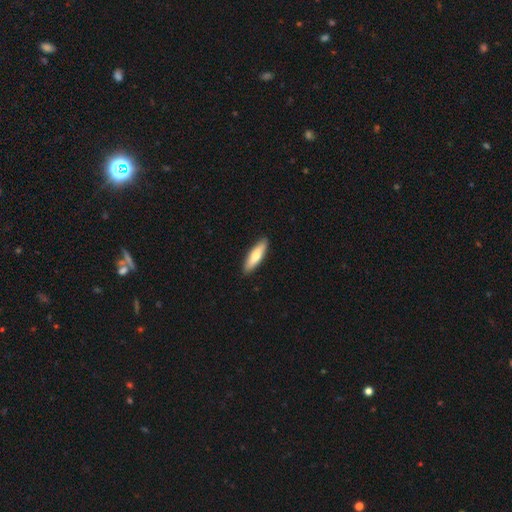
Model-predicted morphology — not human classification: The model was most divided on "how rounded": cigar-shaped: 64%, in between: 34%, round: 2%. More confident: merging — none (90%); smooth or featured — smooth (71%).